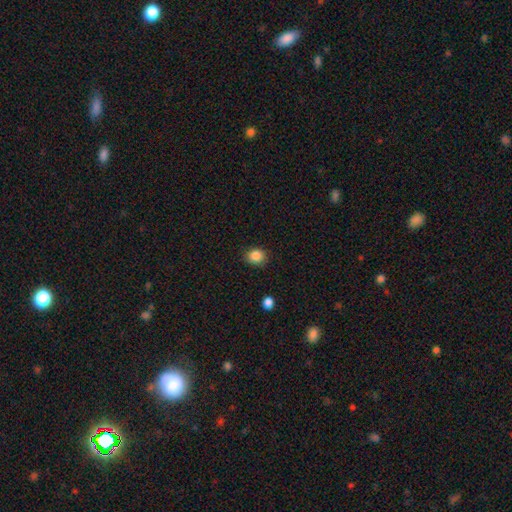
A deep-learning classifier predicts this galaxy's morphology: This is clearly a smooth galaxy (86%). How rounded: likely round (72%). Merging: clearly none (85%).